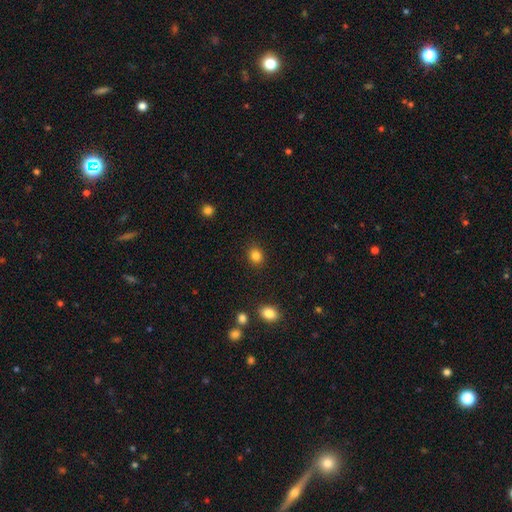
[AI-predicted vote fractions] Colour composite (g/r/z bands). It shows a smooth galaxy with no disk features (84%) that is round (71%). Merging: none (89%).